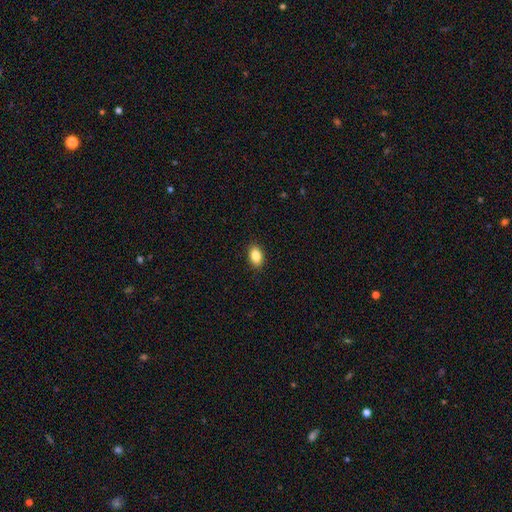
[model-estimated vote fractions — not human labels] Smooth or featured? smooth (86%)
How rounded? in between (89%)
Merging? none (89%)